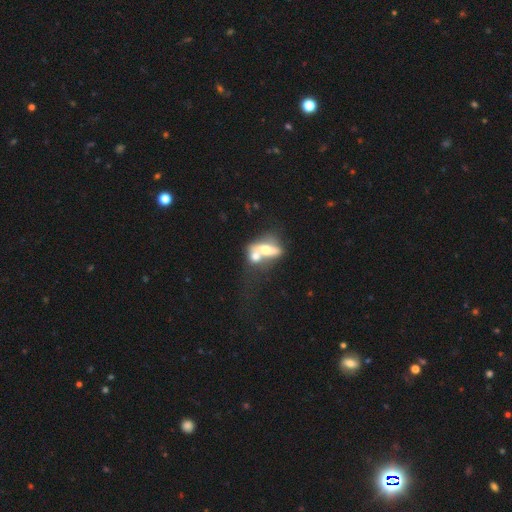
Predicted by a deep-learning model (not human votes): Q: Smooth or featured?
A: smooth (46%); tied with: featured or disk (46%)
Q: Merging?
A: merger (66%); runner-up: none (19%)